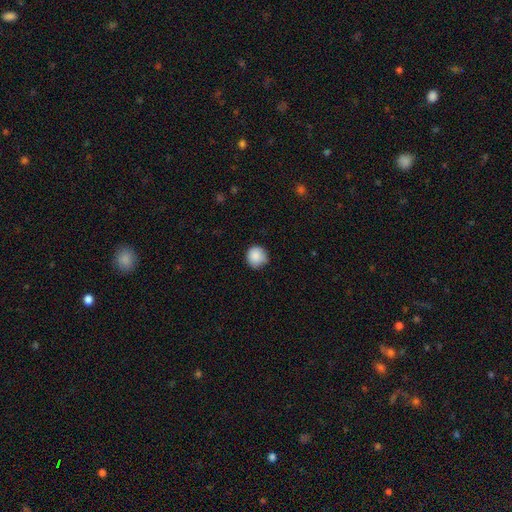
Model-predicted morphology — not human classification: Smooth or featured? smooth (88%)
How rounded? round (93%)
Merging? none (79%)